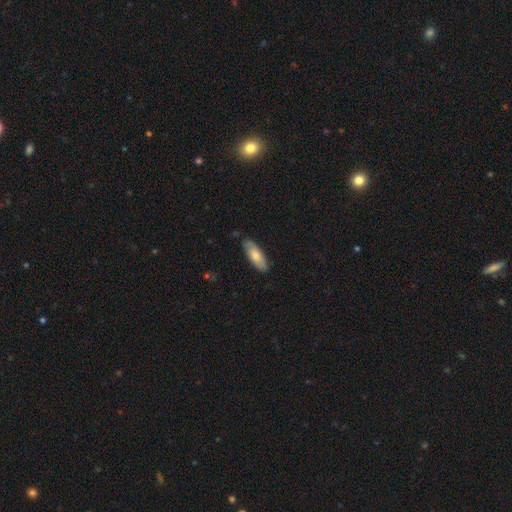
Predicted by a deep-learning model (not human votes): Smooth or featured: smooth — 75% (featured or disk — 19%)
How rounded: in between — 70% (cigar-shaped — 29%)
Merging: none — 82% (minor disturbance — 14%)